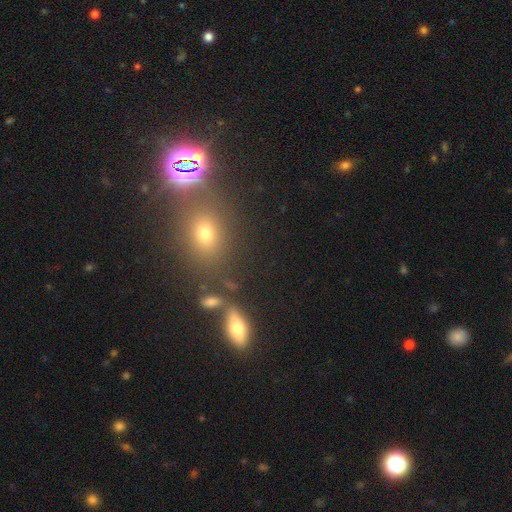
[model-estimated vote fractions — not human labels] star or artifact 46%, smooth 41%, featured or disk 13%.